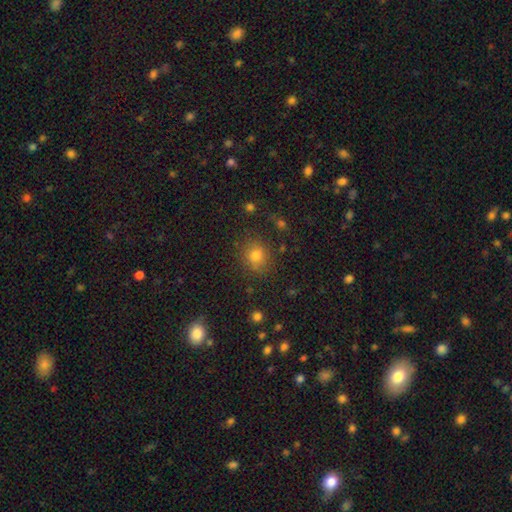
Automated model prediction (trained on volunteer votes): Overall: smooth (77%). How rounded: round (76%). Merging: none (83%).